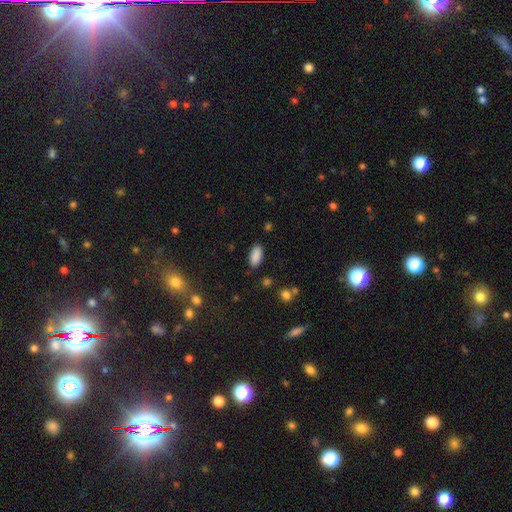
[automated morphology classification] smooth-or-featured: smooth: 88% | star or artifact: 8% | featured or disk: 4%
  how-rounded: in between: 90% | cigar-shaped: 8% | round: 2%
  merging: none: 86% | minor disturbance: 10% | major disturbance: 3% | merger: 2%